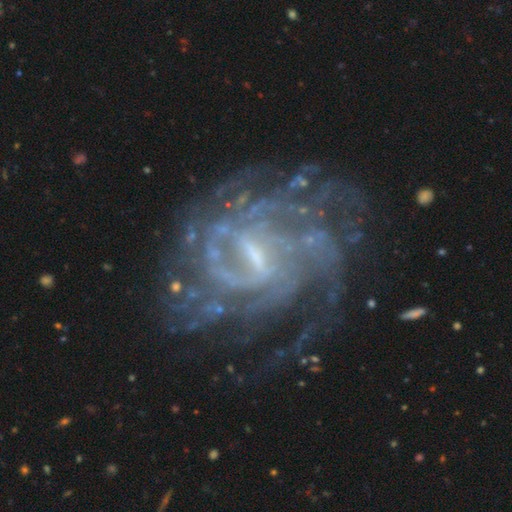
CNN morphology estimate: featured or disk 88%, star or artifact 7%, smooth 5%. Down the decision tree: edge-on disk — no (97%); bar — weak (53%); spiral arms — yes (94%); spiral arm count — can't tell (38%); spiral winding — tight (56%); bulge size — small (57%); merging — none (65%).